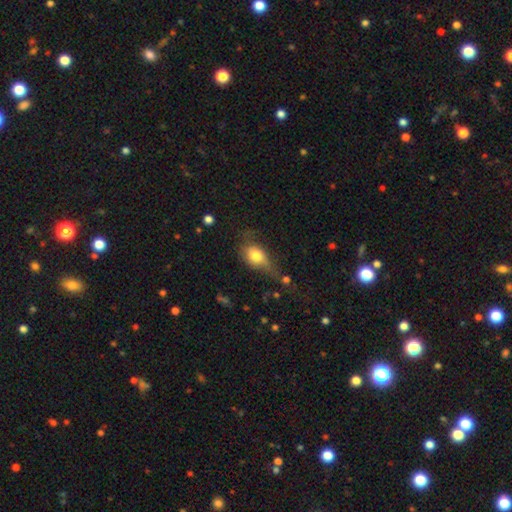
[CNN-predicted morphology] type=smooth (70%); roundness=in between (72%); merging=none (34%).